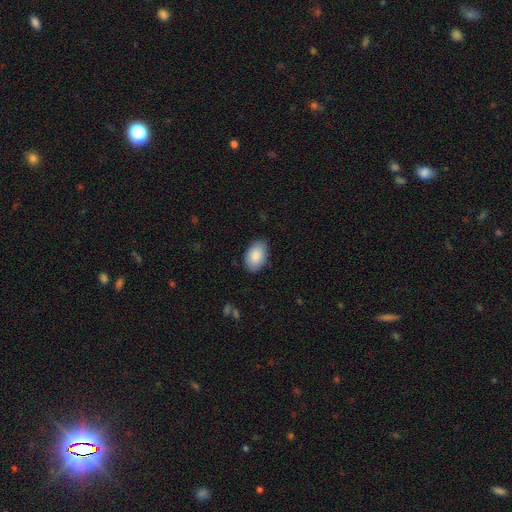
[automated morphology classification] Smooth or featured? smooth (86%)
How rounded? in between (91%)
Merging? none (81%)